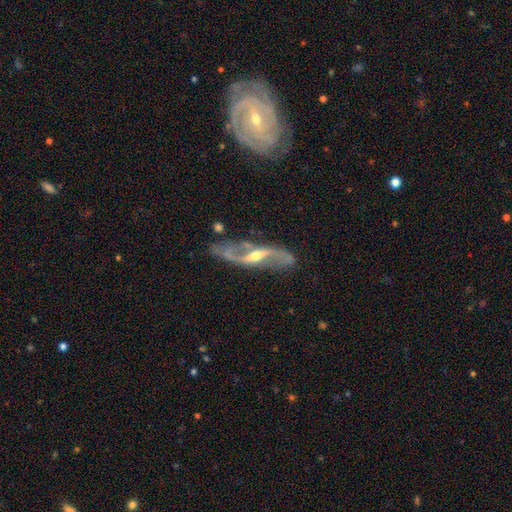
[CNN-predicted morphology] A featured or disk galaxy (88%) with a strong bar (49%), 2 (92%) loose (66%) spiral arms (93%) and a moderate central bulge (60%). Merging: none (70%).